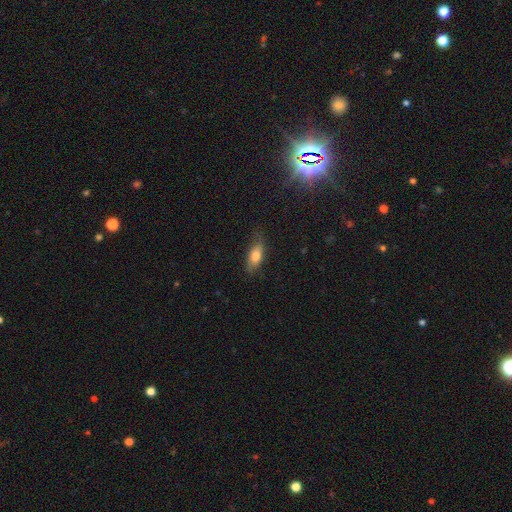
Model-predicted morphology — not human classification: smooth_or_featured: smooth (p=0.73) [alt: featured or disk p=0.20]
how_rounded: in between (p=0.73) [alt: cigar-shaped p=0.23]
merging: none (p=0.73) [alt: minor disturbance p=0.21]